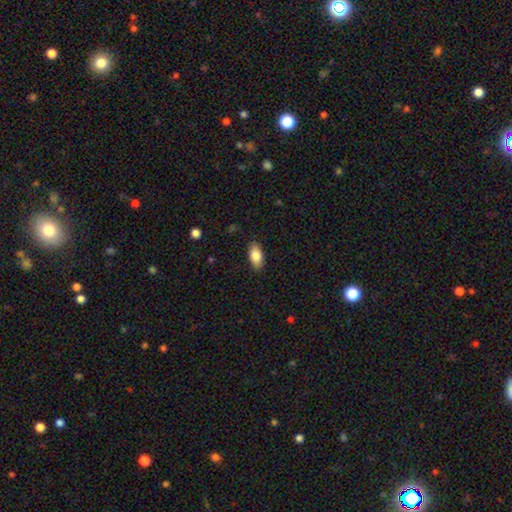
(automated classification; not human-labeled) This is clearly a smooth galaxy (83%). How rounded: clearly in between (90%). Merging: clearly none (87%).